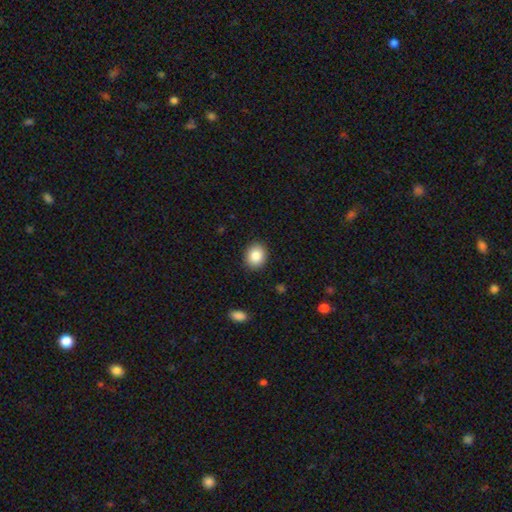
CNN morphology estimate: This is clearly a smooth galaxy (86%). How rounded: possibly round (60%). Merging: clearly none (90%).